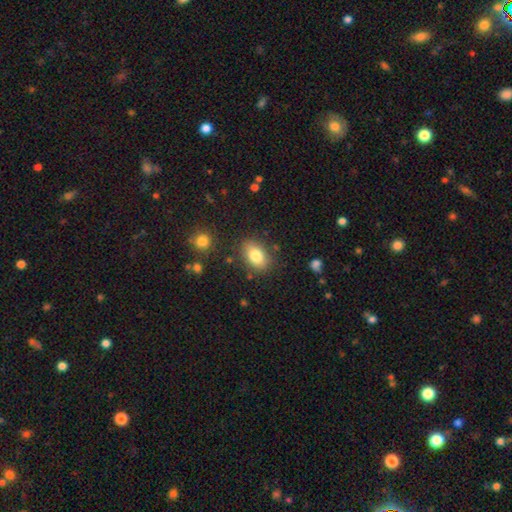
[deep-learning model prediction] Smooth or featured?
  - smooth: 81% *
  - featured or disk: 11%
  - star or artifact: 8%
How rounded?
  - in between: 82% *
  - round: 16%
  - cigar-shaped: 2%
Merging?
  - none: 81% *
  - minor disturbance: 13%
  - major disturbance: 4%
  - merger: 3%